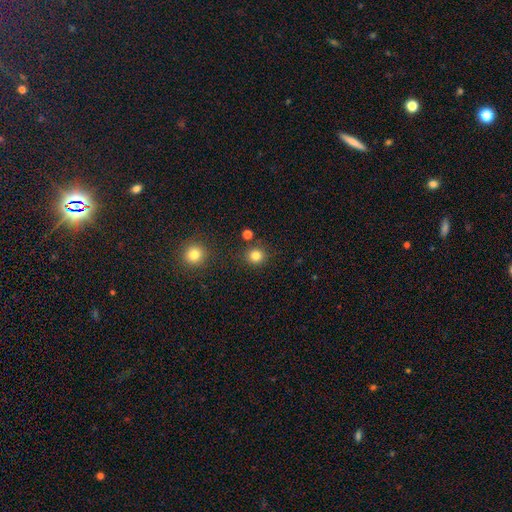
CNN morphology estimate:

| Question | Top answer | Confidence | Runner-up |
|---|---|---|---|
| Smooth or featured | smooth | 82% | star or artifact (13%) |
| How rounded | round | 91% | in between (8%) |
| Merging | none | 85% | minor disturbance (7%) |